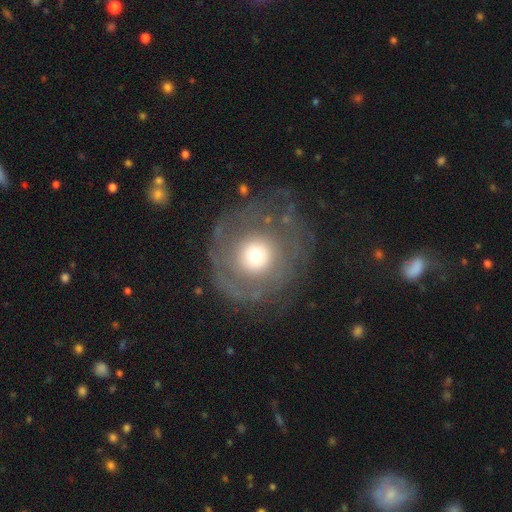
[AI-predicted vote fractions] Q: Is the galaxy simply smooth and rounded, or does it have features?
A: featured or disk — 56%.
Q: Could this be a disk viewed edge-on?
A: no — 96%.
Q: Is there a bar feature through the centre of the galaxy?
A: no — 86%.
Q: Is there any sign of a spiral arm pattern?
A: yes — 62%.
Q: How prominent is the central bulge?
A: moderate — 55%.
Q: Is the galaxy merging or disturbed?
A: none — 59%.